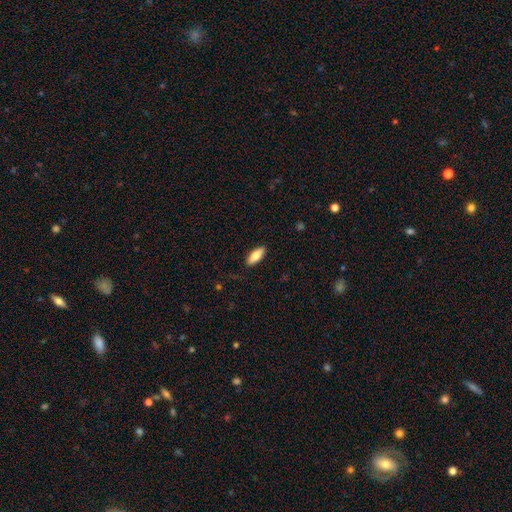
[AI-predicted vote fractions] A smooth galaxy with no disk features (79%) that is in between round and cigar-shaped (72%). Merging: none (88%).